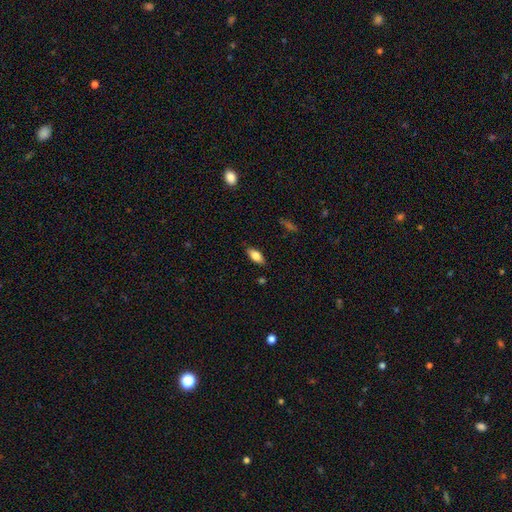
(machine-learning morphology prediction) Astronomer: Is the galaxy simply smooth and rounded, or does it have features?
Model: smooth — 78%.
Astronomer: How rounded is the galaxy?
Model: in between — 87%.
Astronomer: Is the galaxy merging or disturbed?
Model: none — 85%.